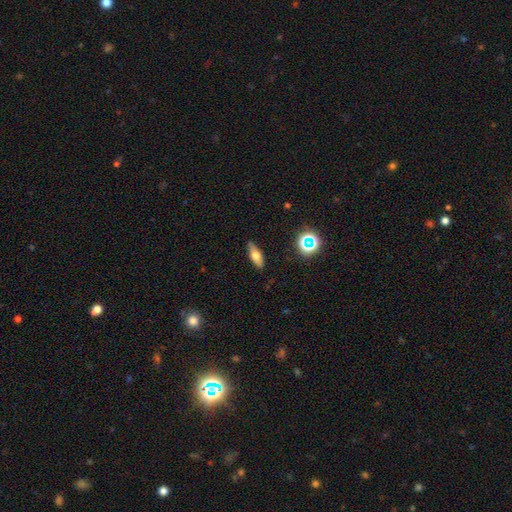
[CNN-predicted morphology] smooth_or_featured: smooth (p=0.58) [alt: featured or disk p=0.32]
how_rounded: in between (p=0.62) [alt: cigar-shaped p=0.33]
merging: none (p=0.86) [alt: minor disturbance p=0.10]